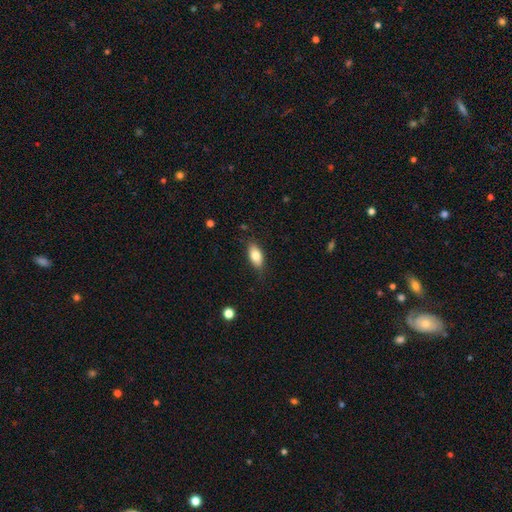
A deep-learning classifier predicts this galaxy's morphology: Smooth or featured?
  - smooth: 80% *
  - featured or disk: 13%
  - star or artifact: 7%
How rounded?
  - in between: 88% *
  - cigar-shaped: 9%
  - round: 4%
Merging?
  - none: 80% *
  - minor disturbance: 16%
  - major disturbance: 3%
  - merger: 1%